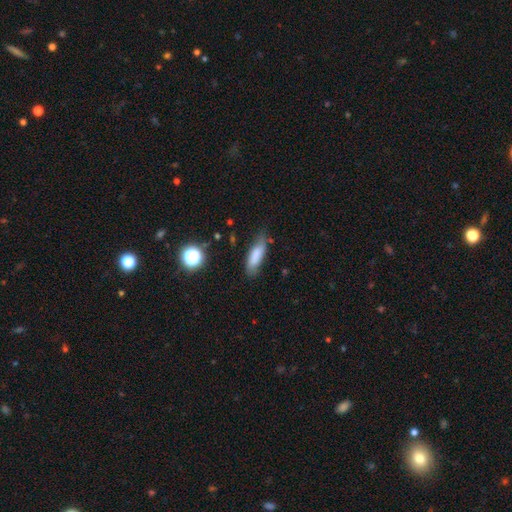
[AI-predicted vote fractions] smooth_or_featured: smooth (p=0.79) [alt: featured or disk p=0.12]
how_rounded: in between (p=0.51) [alt: cigar-shaped p=0.46]
merging: none (p=0.65) [alt: minor disturbance p=0.26]